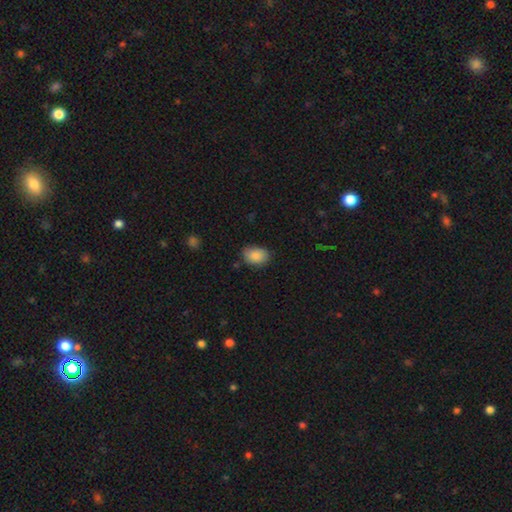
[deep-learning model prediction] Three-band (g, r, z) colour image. It shows a smooth galaxy with no disk features (88%) that is in between round and cigar-shaped (79%). Merging: none (78%).